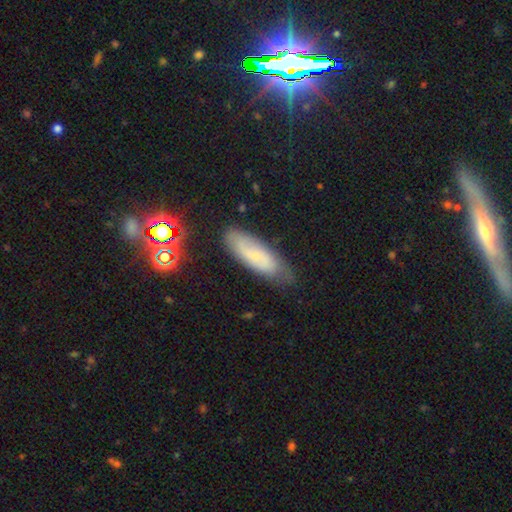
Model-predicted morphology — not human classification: Smooth or featured?
  - smooth: 46% *
  - featured or disk: 44%
  - star or artifact: 10%
Merging?
  - none: 73% *
  - minor disturbance: 21%
  - major disturbance: 4%
  - merger: 2%